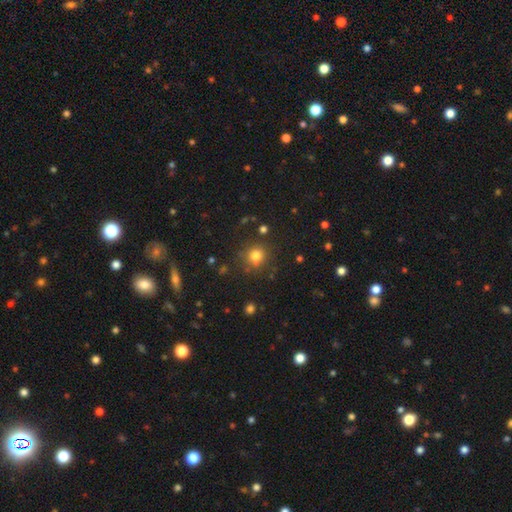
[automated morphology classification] type=smooth (79%); roundness=round (89%); merging=none (81%).